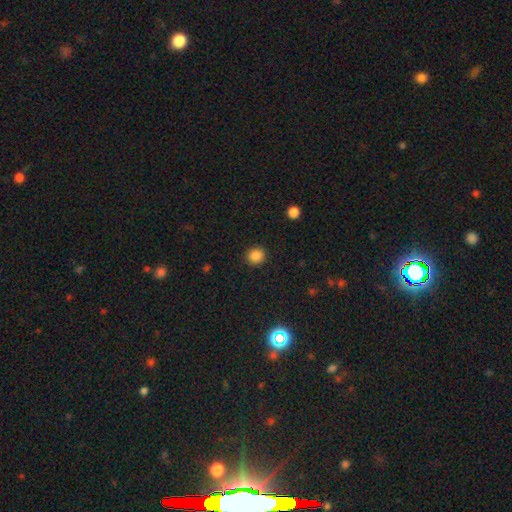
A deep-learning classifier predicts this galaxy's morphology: The model was most divided on "smooth or featured": smooth: 86%, star or artifact: 11%, featured or disk: 3%. More confident: merging — none (90%); how rounded — round (88%).